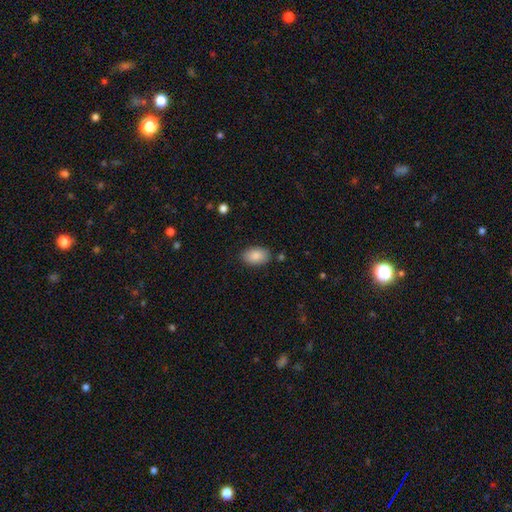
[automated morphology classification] smooth-or-featured: smooth: 88% | star or artifact: 7% | featured or disk: 6%
  how-rounded: in between: 91% | round: 7% | cigar-shaped: 1%
  merging: none: 85% | minor disturbance: 11% | major disturbance: 3% | merger: 2%